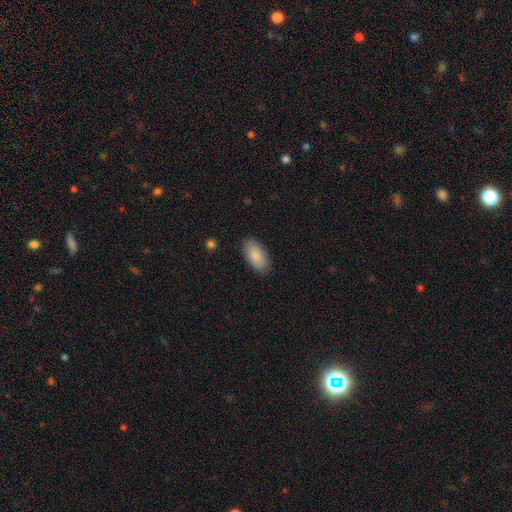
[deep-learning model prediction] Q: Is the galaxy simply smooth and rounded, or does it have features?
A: smooth — 88%.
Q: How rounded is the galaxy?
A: in between — 94%.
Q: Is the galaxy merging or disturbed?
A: none — 87%.